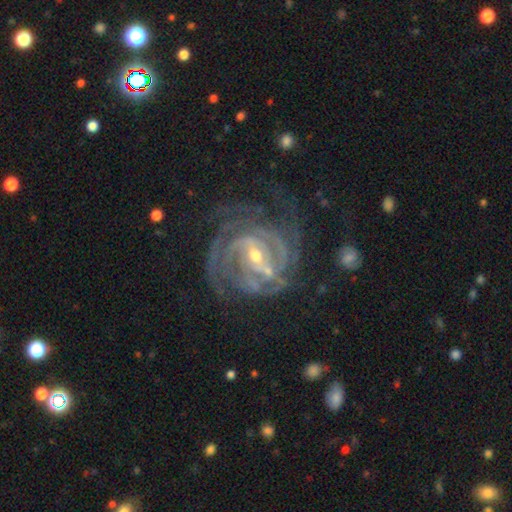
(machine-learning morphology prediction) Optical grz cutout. It shows a featured or disk galaxy (92%) with a strong bar (47%), 3 (24%) tight (68%) spiral arms (98%) and a small central bulge (59%). Merging: none (65%).